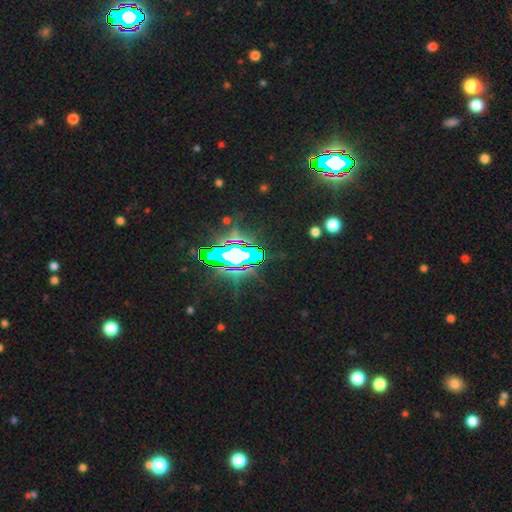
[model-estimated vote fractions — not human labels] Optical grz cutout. It shows a star or artifact, not a galaxy (70%).